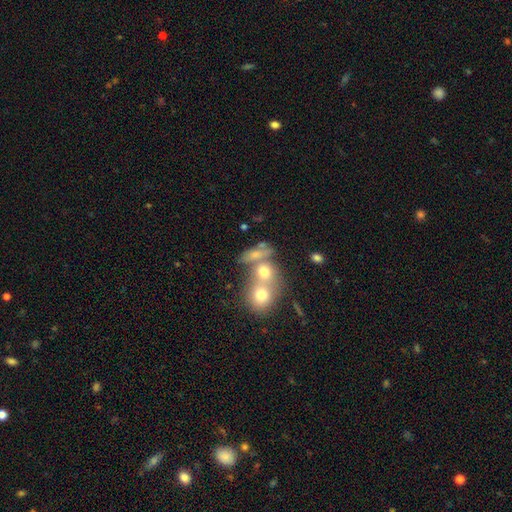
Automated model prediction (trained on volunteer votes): Q: Smooth or featured?
A: smooth (66%); runner-up: featured or disk (20%)
Q: How rounded?
A: in between (53%); runner-up: round (38%)
Q: Merging?
A: merger (54%); runner-up: none (31%)